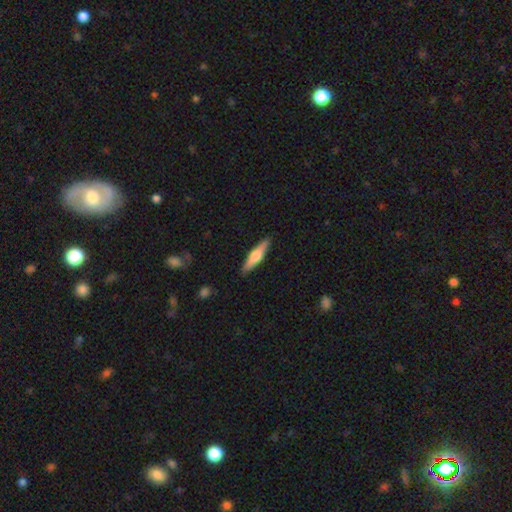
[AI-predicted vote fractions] This is possibly a featured or disk galaxy (51%). It is clearly viewed edge-on (95%). Merging: clearly none (90%).